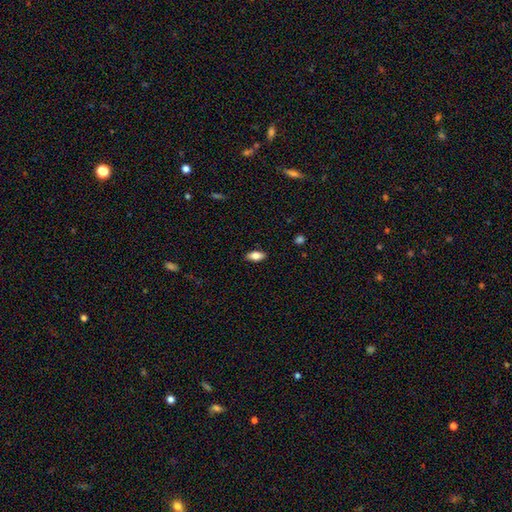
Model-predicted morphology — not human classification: Overall: smooth (79%). How rounded: in between (88%). Merging: none (88%).